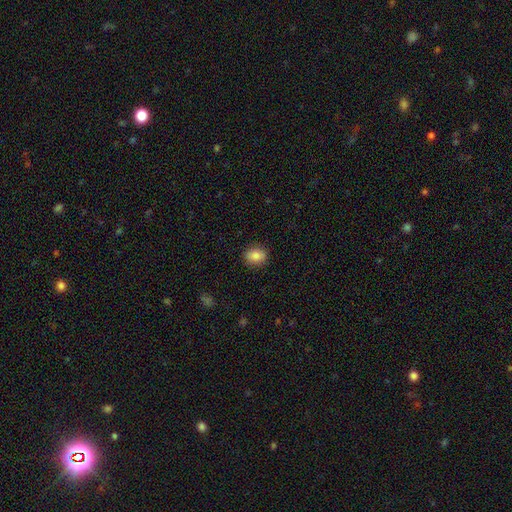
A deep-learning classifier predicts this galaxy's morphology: A smooth galaxy with no disk features (86%) that is in between round and cigar-shaped (56%).

Vote fractions:
- Smooth or featured? smooth: 86% / star or artifact: 9% / featured or disk: 6%
- How rounded? in between: 56% / round: 43% / cigar-shaped: 1%
- Merging? none: 88% / minor disturbance: 8% / major disturbance: 2% / merger: 1%